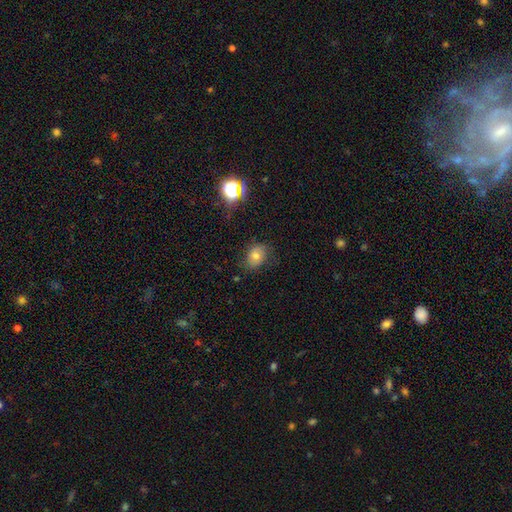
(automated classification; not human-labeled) Smooth or featured? smooth (67%)
How rounded? in between (61%)
Merging? none (74%)